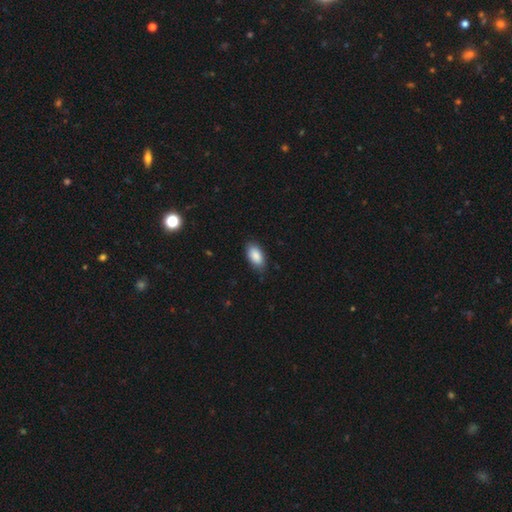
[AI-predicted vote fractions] The model was most divided on "merging": none: 81%, minor disturbance: 15%, major disturbance: 3%, merger: 1%. More confident: how rounded — in between (93%); smooth or featured — smooth (88%).